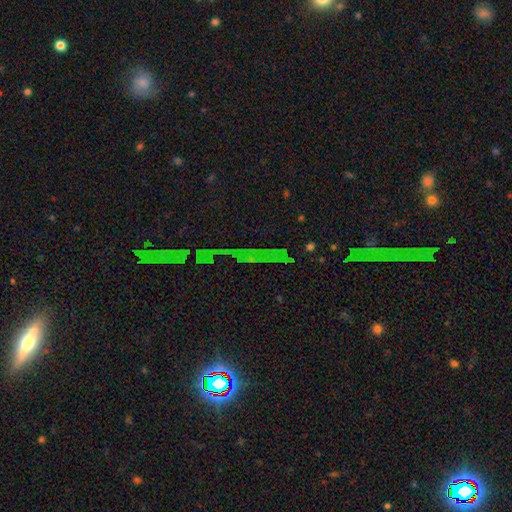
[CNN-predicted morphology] The model was most divided on "smooth or featured": star or artifact: 70%, featured or disk: 17%, smooth: 13%.